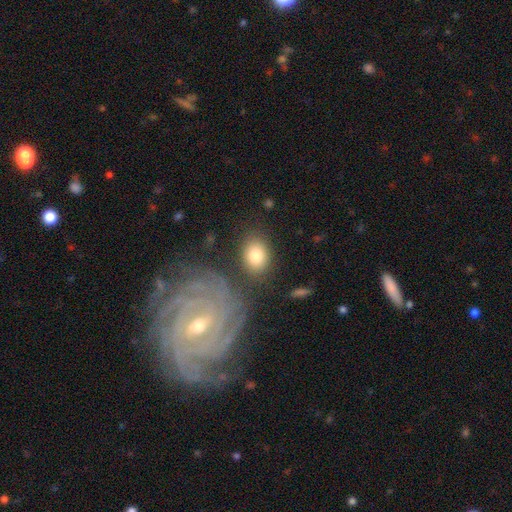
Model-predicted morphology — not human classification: Smooth or featured? smooth (81%)
How rounded? in between (66%)
Merging? none (78%)